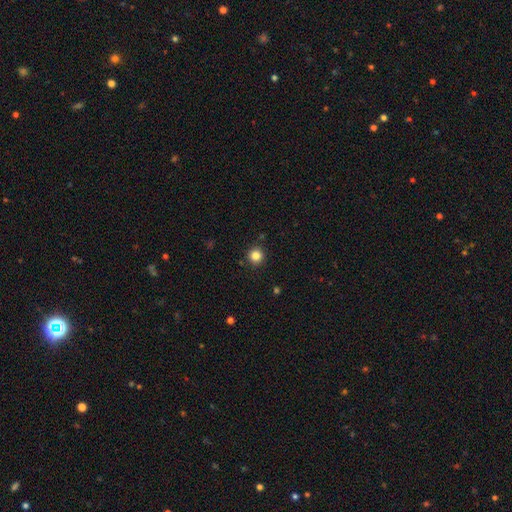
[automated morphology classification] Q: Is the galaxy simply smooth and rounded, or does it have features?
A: smooth — 84%.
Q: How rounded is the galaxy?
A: round — 95%.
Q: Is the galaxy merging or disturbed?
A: none — 91%.